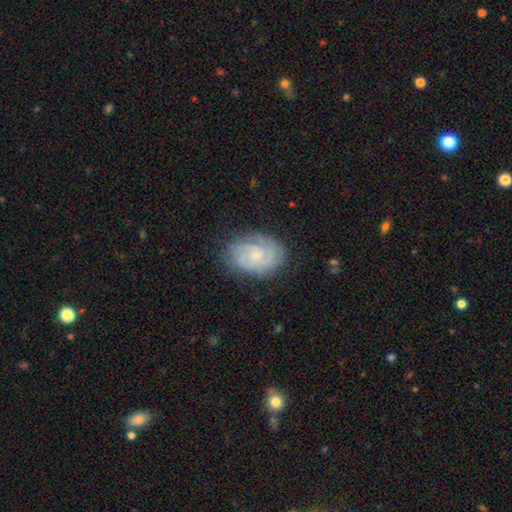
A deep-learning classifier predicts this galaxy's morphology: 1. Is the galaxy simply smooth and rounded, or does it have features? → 75% featured or disk, 19% smooth, 6% star or artifact.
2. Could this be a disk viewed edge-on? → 97% no, 3% yes.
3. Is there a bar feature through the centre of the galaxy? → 70% no, 27% weak, 3% strong.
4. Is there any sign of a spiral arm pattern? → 93% yes, 7% no.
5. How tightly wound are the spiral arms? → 62% tight, 31% medium, 8% loose.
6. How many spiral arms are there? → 34% 2, 31% can't tell, 20% 3, 6% 4, 5% 1, 4% more than 4.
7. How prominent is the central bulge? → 72% small, 23% moderate, 4% none, 1% large, 1% dominant.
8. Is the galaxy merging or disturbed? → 76% none, 17% minor disturbance, 5% major disturbance, 1% merger.